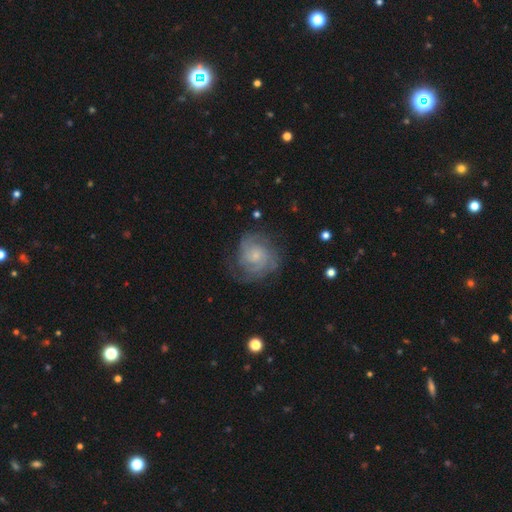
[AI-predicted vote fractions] Overall: featured or disk (79%). Edge-on disk: no (98%). Bar: no (74%). Spiral arms: yes (94%). Spiral arm count: 2 (29%; can't tell 28%). Spiral winding: tight (59%; medium 32%). Bulge size: small (72%). Merging: none (70%).